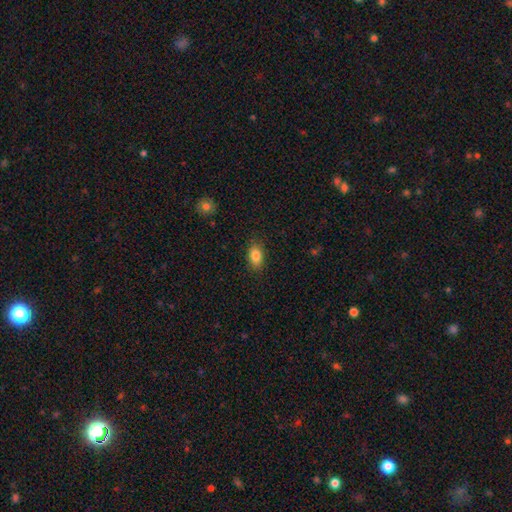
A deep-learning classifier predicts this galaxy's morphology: A smooth galaxy with no disk features (84%) that is in between round and cigar-shaped (88%). Merging: none (87%).